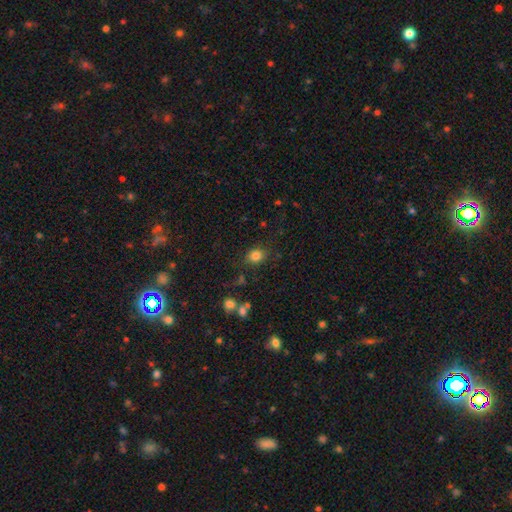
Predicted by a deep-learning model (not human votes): Smooth or featured? Predicted: smooth (p=0.82). How rounded? Predicted: round (p=0.68). Merging? Predicted: none (p=0.81).